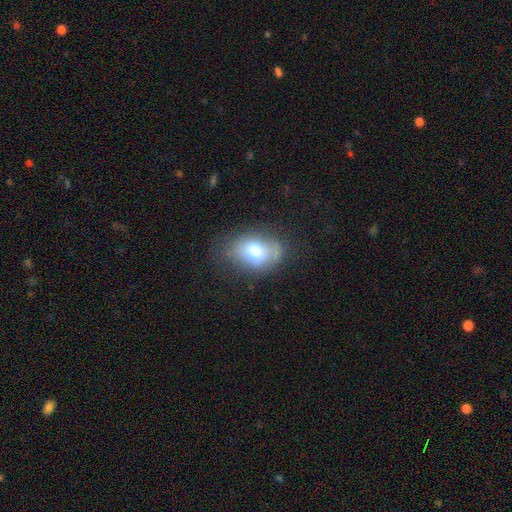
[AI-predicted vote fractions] Morphology: type=smooth (72%); roundness=in between (76%); merging=none (61%).